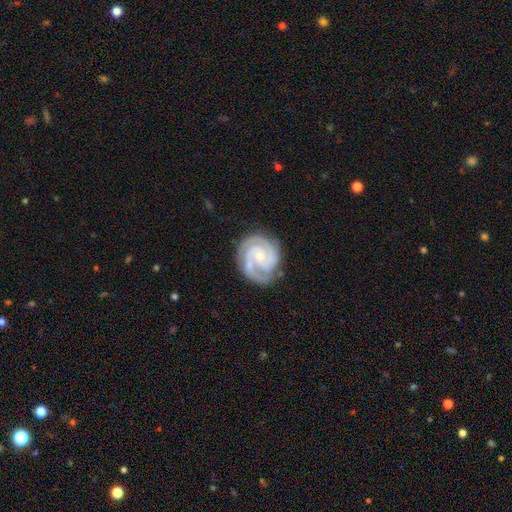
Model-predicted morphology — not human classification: type=featured or disk (89%); edge-on=no (98%); bar=no (55%); spiral arms=yes (98%); winding=tight (67%); arm count=2 (60%); bulge=small (67%); merging=none (79%).